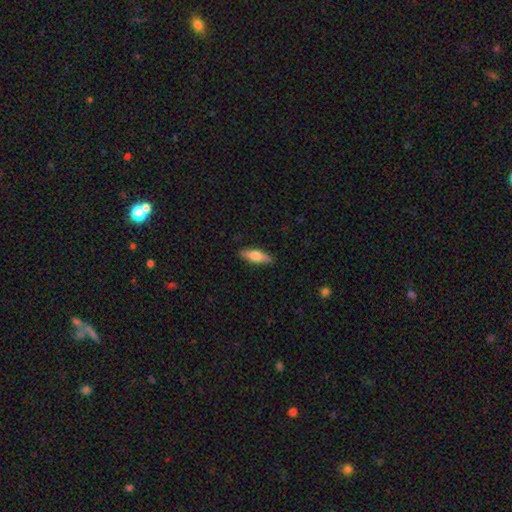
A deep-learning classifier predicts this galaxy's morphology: Smooth or featured? Predicted: smooth (p=0.64). How rounded? Predicted: in between (p=0.53). Merging? Predicted: none (p=0.87).